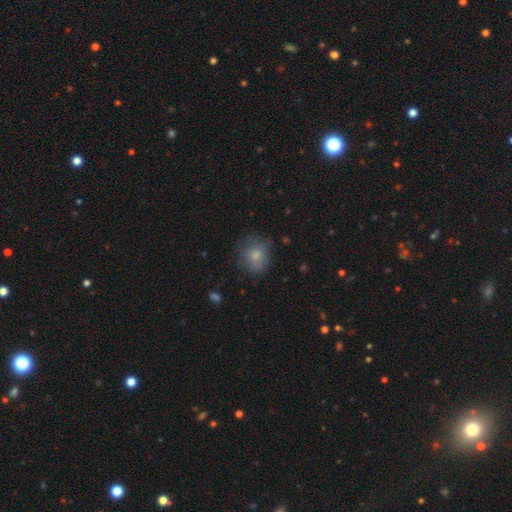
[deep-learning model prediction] A smooth galaxy with no disk features (76%) that is round (75%).

Vote fractions:
- Smooth or featured? smooth: 76% / featured or disk: 14% / star or artifact: 10%
- How rounded? round: 75% / in between: 24% / cigar-shaped: 1%
- Merging? none: 66% / minor disturbance: 23% / major disturbance: 9% / merger: 2%